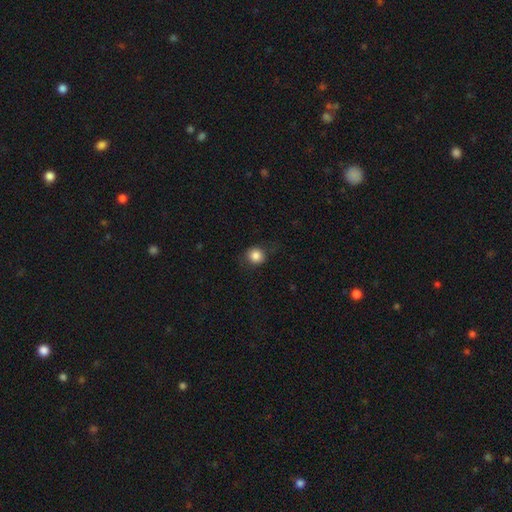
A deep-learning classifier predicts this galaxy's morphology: A smooth galaxy with no disk features (84%) that is round (88%). Merging: none (83%).